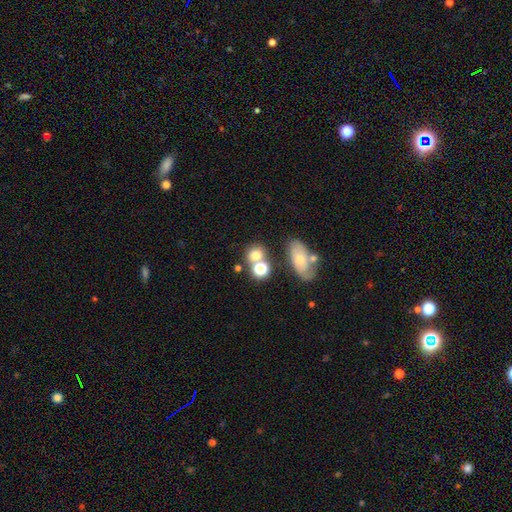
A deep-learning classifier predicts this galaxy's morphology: Smooth or featured? Predicted: smooth (p=0.71). How rounded? Predicted: round (p=0.69). Merging? Predicted: none (p=0.49).